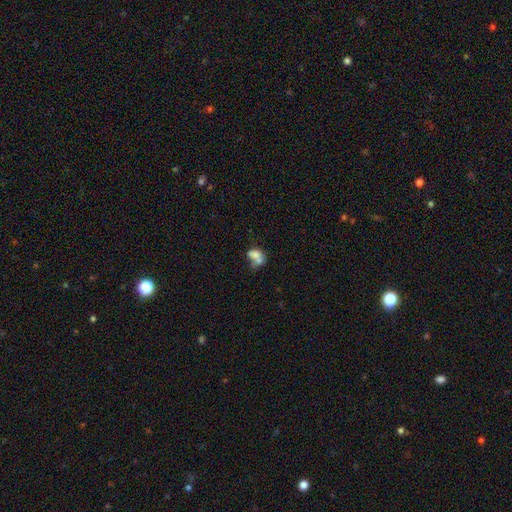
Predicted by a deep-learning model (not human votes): Q: Smooth or featured?
A: smooth (66%); runner-up: featured or disk (22%)
Q: How rounded?
A: in between (75%); runner-up: round (23%)
Q: Merging?
A: merger (46%); runner-up: none (21%)